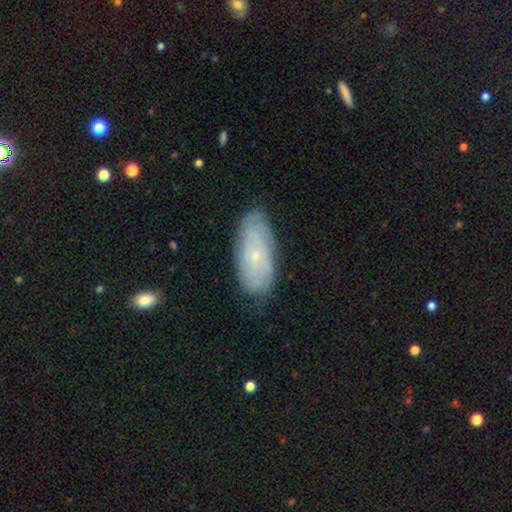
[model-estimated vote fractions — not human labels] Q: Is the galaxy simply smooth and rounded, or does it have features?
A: featured or disk — 62%.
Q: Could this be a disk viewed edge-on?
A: no — 91%.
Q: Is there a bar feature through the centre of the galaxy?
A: no — 83%.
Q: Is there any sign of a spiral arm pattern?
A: yes — 82%.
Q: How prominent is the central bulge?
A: small — 83%.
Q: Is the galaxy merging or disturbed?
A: none — 77%.